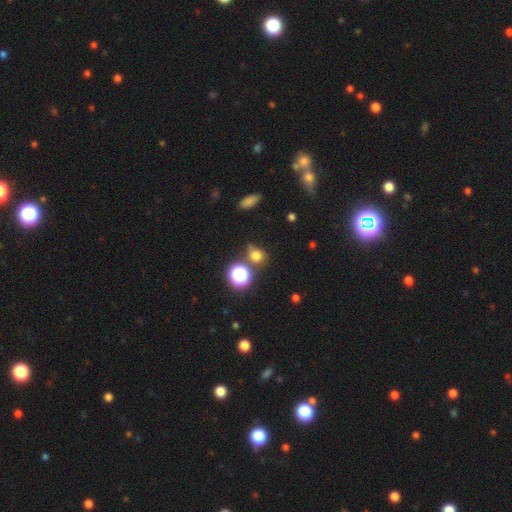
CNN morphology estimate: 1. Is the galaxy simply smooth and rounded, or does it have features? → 69% smooth, 23% star or artifact, 8% featured or disk.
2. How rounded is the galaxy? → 78% round, 21% in between, 2% cigar-shaped.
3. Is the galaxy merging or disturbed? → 65% none, 17% minor disturbance, 12% merger, 7% major disturbance.